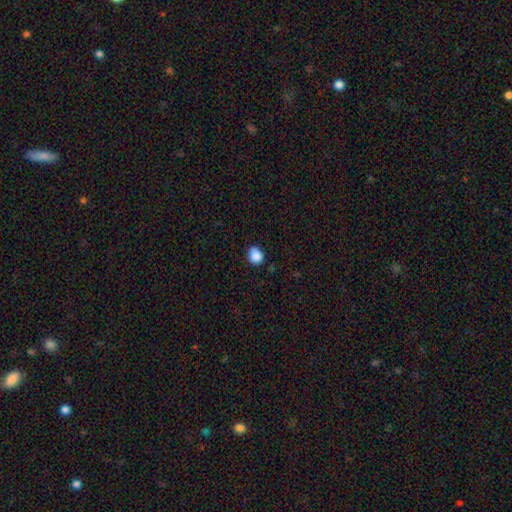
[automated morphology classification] The model was most divided on "how rounded": round: 67%, in between: 32%, cigar-shaped: 1%. More confident: smooth or featured — smooth (87%); merging — none (74%).